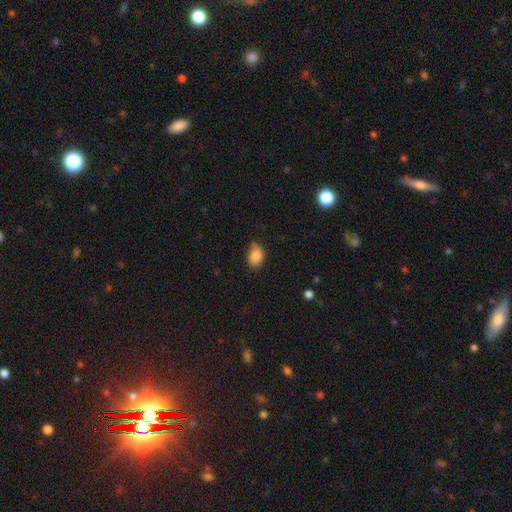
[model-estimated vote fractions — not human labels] Smooth or featured?
  - smooth: 86% *
  - star or artifact: 9%
  - featured or disk: 5%
How rounded?
  - in between: 76% *
  - round: 23%
  - cigar-shaped: 1%
Merging?
  - none: 66% *
  - minor disturbance: 27%
  - major disturbance: 4%
  - merger: 2%